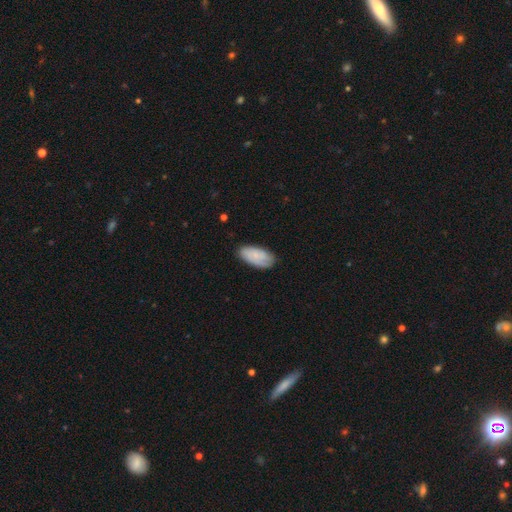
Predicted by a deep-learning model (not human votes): This appears to be a smooth galaxy with no disk features (70%) that is in between round and cigar-shaped (92%). Merging: none (75%).